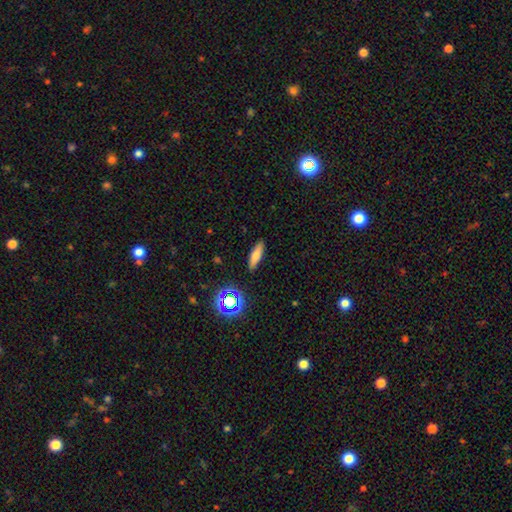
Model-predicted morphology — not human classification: This appears to be a smooth galaxy with no disk features (71%) that is cigar-shaped (60%). Merging: none (88%).